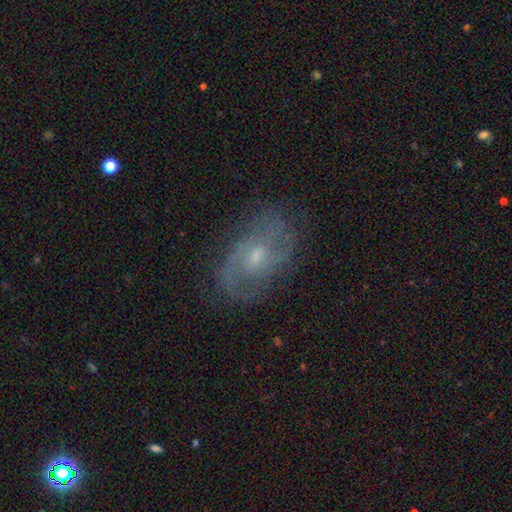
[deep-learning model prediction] smooth-or-featured: featured or disk: 79% | smooth: 12% | star or artifact: 9%
  disk-edge-on: no: 96% | yes: 4%
    bar: no: 54% | weak: 40% | strong: 6%
    has-spiral-arms: yes: 93% | no: 7%
      spiral-winding: medium: 48% | tight: 30% | loose: 21%
      spiral-arm-count: 2: 66% | can't tell: 17% | 3: 7% | 1: 5% | 4: 3% | more than 4: 2%
    bulge-size: small: 53% | moderate: 41% | none: 3% | large: 2% | dominant: 1%
  merging: none: 75% | minor disturbance: 17% | major disturbance: 7% | merger: 1%